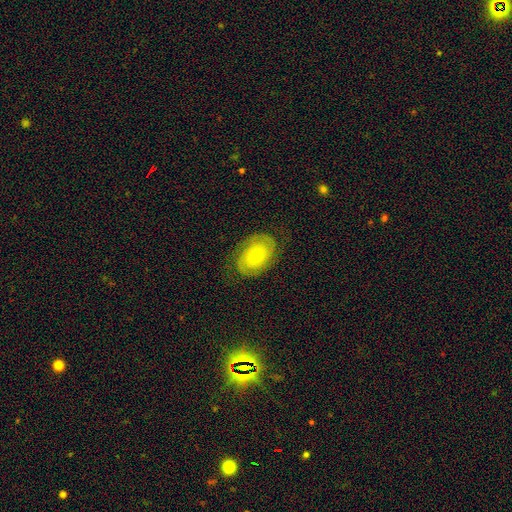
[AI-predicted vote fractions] smooth_or_featured: featured or disk (p=0.66) [alt: smooth p=0.27]
disk_edge_on: no (p=0.96) [alt: yes p=0.04]
bar: no (p=0.79) [alt: weak p=0.17]
has_spiral_arms: yes (p=0.89) [alt: no p=0.11]
spiral_winding: tight (p=0.54) [alt: medium p=0.33]
spiral_arm_count: 2 (p=0.82) [alt: can't tell p=0.11]
bulge_size: small (p=0.69) [alt: moderate p=0.26]
merging: none (p=0.78) [alt: minor disturbance p=0.14]